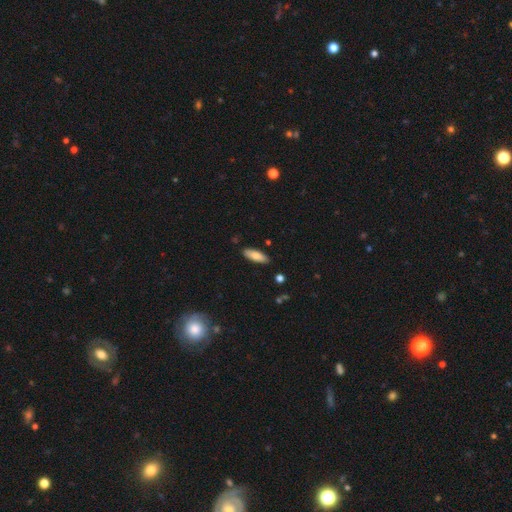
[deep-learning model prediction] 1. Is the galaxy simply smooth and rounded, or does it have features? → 80% smooth, 14% featured or disk, 6% star or artifact.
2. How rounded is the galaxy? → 61% in between, 37% cigar-shaped, 2% round.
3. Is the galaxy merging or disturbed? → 86% none, 10% minor disturbance, 2% major disturbance, 2% merger.